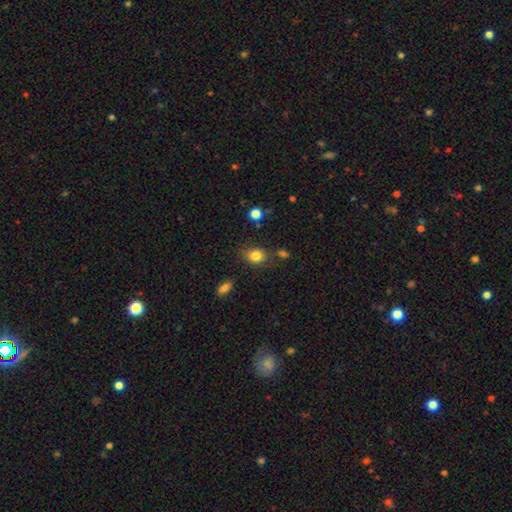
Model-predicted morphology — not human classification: smooth-or-featured: smooth: 82% | star or artifact: 10% | featured or disk: 7%
  how-rounded: in between: 51% | round: 48% | cigar-shaped: 1%
  merging: none: 73% | minor disturbance: 17% | merger: 5% | major disturbance: 5%